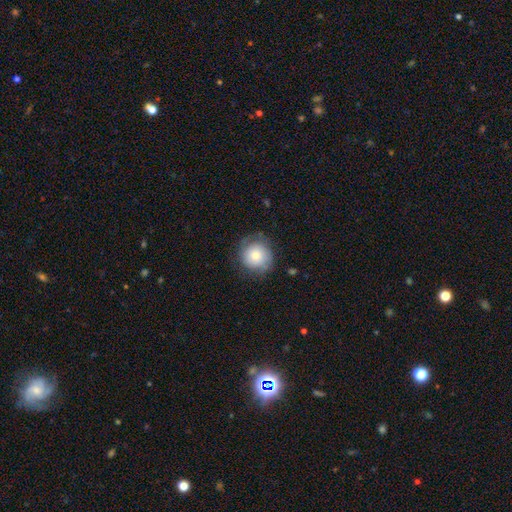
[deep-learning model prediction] smooth_or_featured: smooth (p=0.70) [alt: featured or disk p=0.22]
how_rounded: round (p=0.91) [alt: in between p=0.09]
merging: none (p=0.72) [alt: minor disturbance p=0.19]